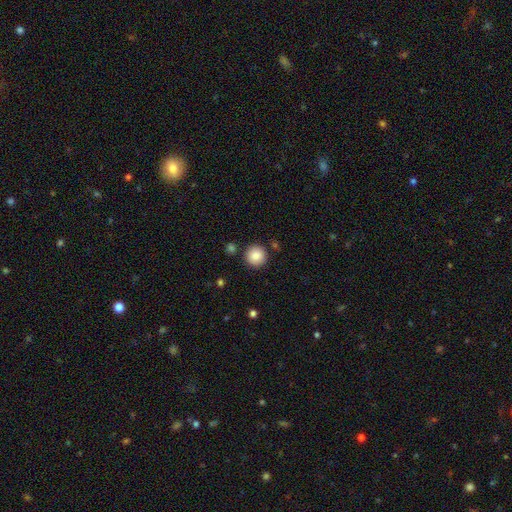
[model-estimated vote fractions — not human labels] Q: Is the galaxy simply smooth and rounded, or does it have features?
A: smooth — 85%.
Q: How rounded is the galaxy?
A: round — 95%.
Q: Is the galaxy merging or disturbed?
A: none — 89%.